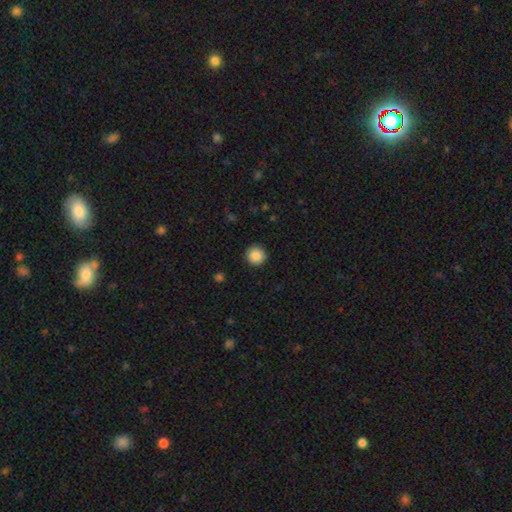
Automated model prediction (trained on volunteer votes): smooth-or-featured: smooth: 87% | star or artifact: 9% | featured or disk: 4%
  how-rounded: round: 96% | in between: 3% | cigar-shaped: 1%
  merging: none: 92% | minor disturbance: 5% | major disturbance: 2% | merger: 1%